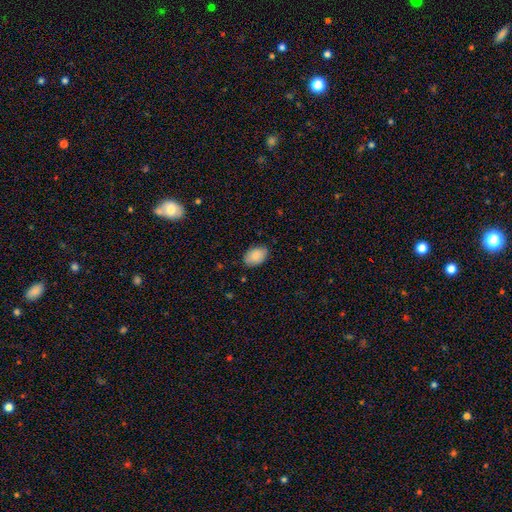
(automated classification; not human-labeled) Q: Smooth or featured?
A: smooth (87%); runner-up: featured or disk (7%)
Q: How rounded?
A: in between (88%); runner-up: round (11%)
Q: Merging?
A: none (81%); runner-up: minor disturbance (15%)